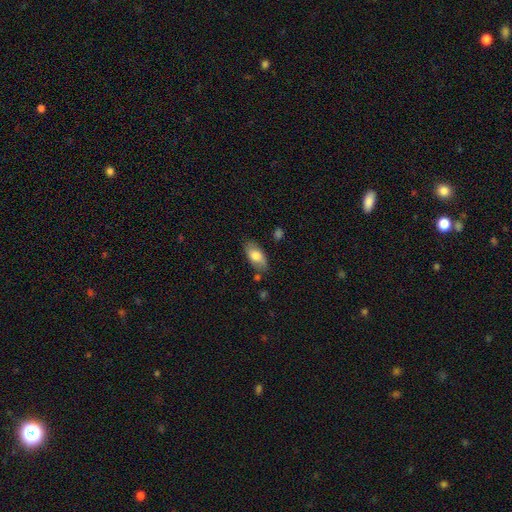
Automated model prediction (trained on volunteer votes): smooth 75%, featured or disk 18%, star or artifact 6%. Down the decision tree: how rounded — in between (90%); merging — none (77%).